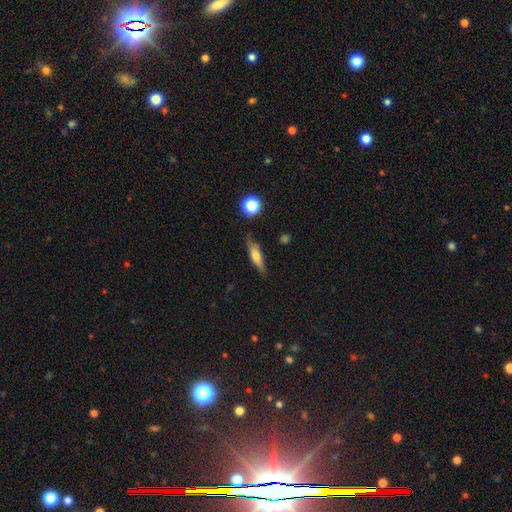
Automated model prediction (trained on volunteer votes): This is possibly a smooth galaxy (56%). How rounded: likely cigar-shaped (66%). Merging: likely none (78%).